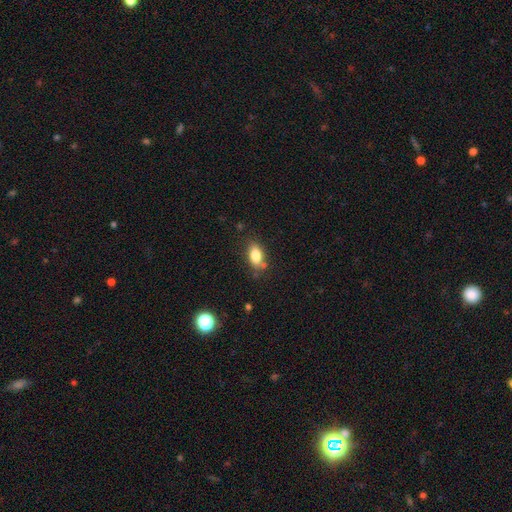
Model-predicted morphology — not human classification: A smooth galaxy with no disk features (82%) that is in between round and cigar-shaped (87%).

Vote fractions:
- Smooth or featured? smooth: 82% / featured or disk: 9% / star or artifact: 9%
- How rounded? in between: 87% / round: 8% / cigar-shaped: 6%
- Merging? none: 72% / minor disturbance: 16% / merger: 7% / major disturbance: 4%